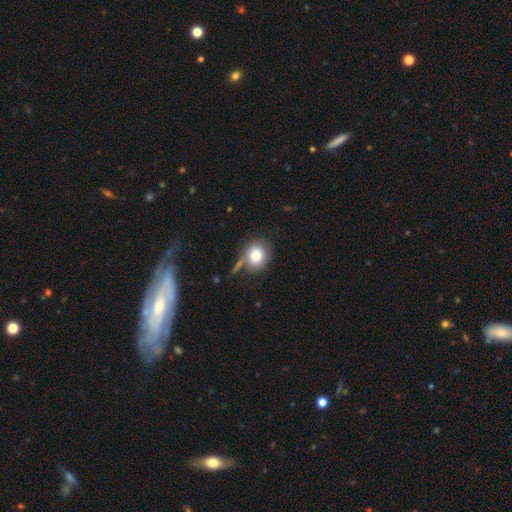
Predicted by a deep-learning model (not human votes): Smooth or featured? Predicted: smooth (p=0.78). How rounded? Predicted: round (p=0.74). Merging? Predicted: none (p=0.63).